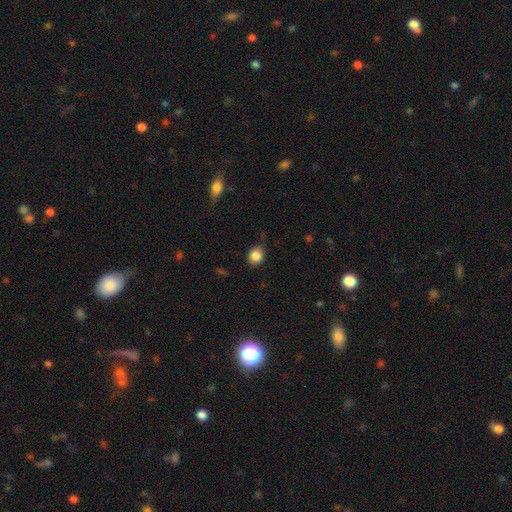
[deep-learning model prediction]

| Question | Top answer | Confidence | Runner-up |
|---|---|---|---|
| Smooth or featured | smooth | 86% | star or artifact (9%) |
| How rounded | round | 63% | in between (36%) |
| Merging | none | 81% | minor disturbance (15%) |